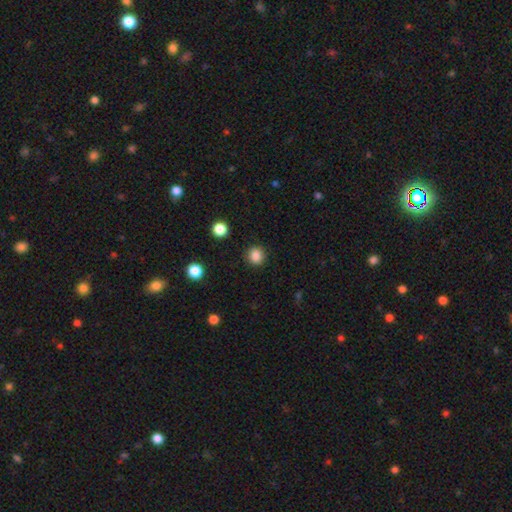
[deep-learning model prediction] Morphology: type=smooth (85%); roundness=round (90%); merging=none (90%).